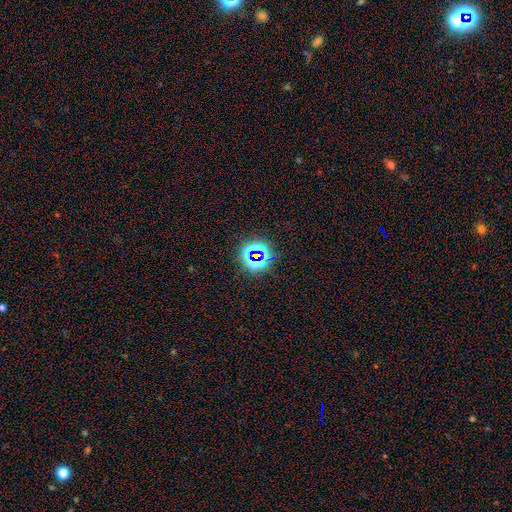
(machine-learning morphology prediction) This appears to be a star or artifact, not a galaxy (73%).